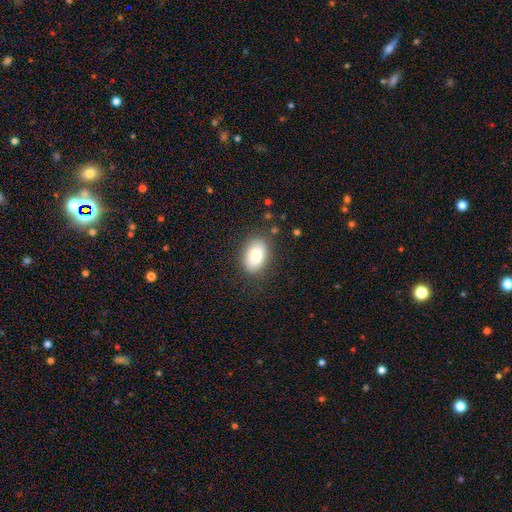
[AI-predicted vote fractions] Smooth or featured: smooth — 82% (featured or disk — 11%)
How rounded: in between — 88% (round — 11%)
Merging: none — 83% (minor disturbance — 12%)